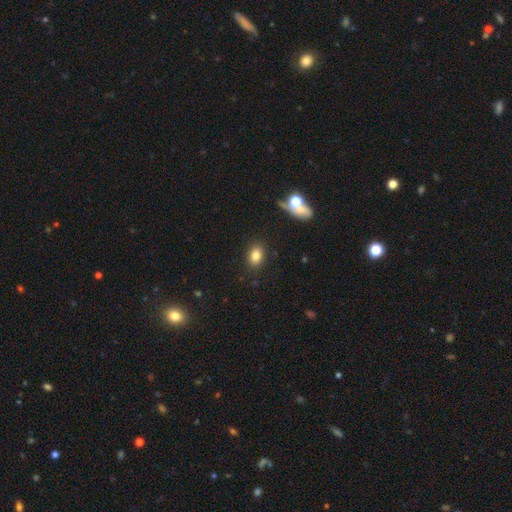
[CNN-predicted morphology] Smooth or featured?
  - smooth: 81% *
  - star or artifact: 10%
  - featured or disk: 8%
How rounded?
  - in between: 74% *
  - round: 24%
  - cigar-shaped: 2%
Merging?
  - none: 87% *
  - minor disturbance: 9%
  - major disturbance: 3%
  - merger: 2%